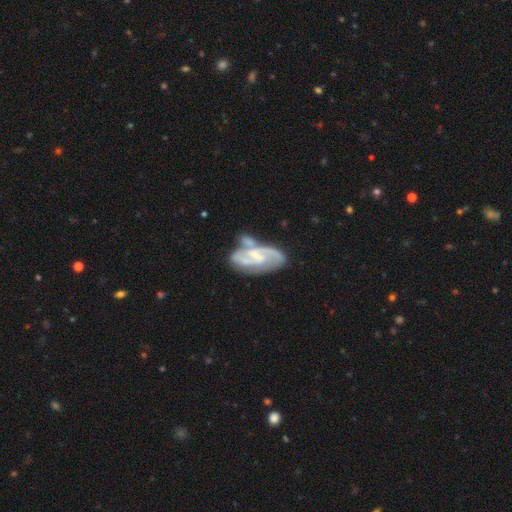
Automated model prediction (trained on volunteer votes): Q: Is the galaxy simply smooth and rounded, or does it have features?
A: featured or disk — 82%.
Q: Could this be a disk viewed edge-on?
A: no — 96%.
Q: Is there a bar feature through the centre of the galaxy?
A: weak — 44%.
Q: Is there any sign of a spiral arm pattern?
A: yes — 93%.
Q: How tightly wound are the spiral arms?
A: medium — 50%.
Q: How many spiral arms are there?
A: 2 — 64%.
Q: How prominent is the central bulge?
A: small — 55%.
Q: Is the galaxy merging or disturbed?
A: none — 40%.